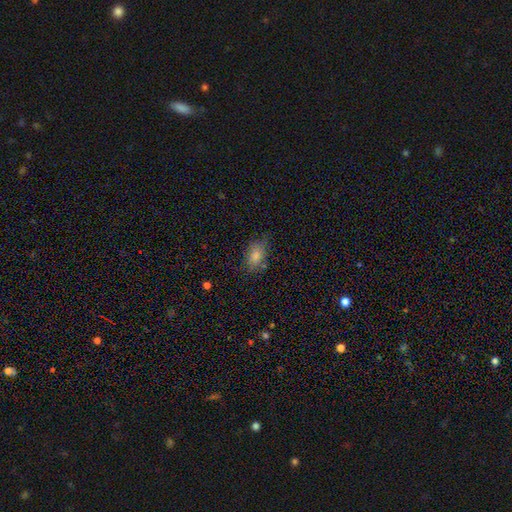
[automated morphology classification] Smooth or featured: smooth — 71% (star or artifact — 17%)
How rounded: in between — 80% (round — 16%)
Merging: none — 72% (minor disturbance — 20%)